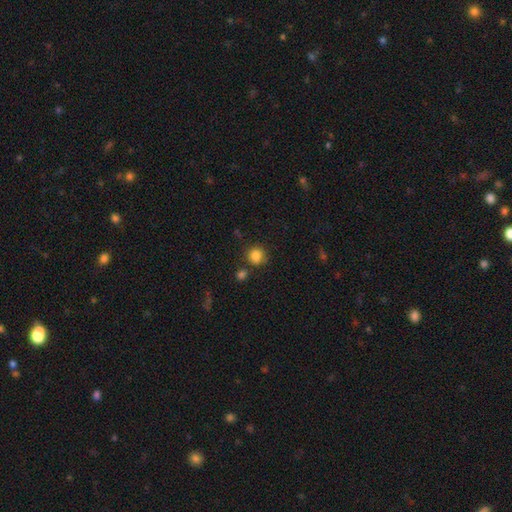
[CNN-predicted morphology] Smooth or featured: smooth — 85% (star or artifact — 11%)
How rounded: round — 90% (in between — 9%)
Merging: none — 80% (minor disturbance — 10%)